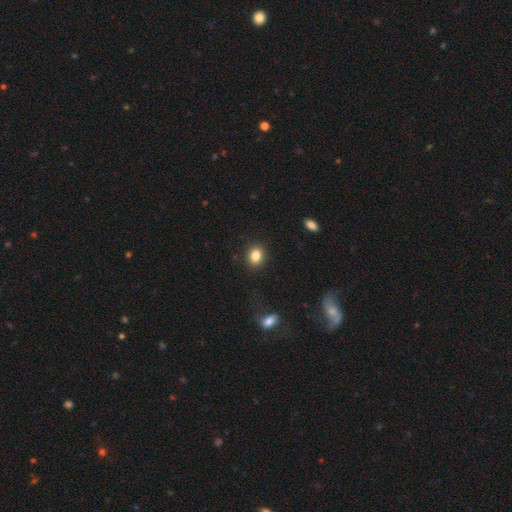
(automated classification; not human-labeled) Smooth or featured? Predicted: smooth (p=0.84). How rounded? Predicted: round (p=0.53). Merging? Predicted: none (p=0.89).